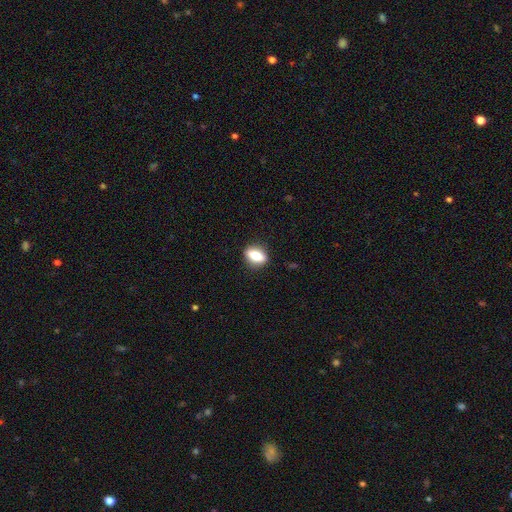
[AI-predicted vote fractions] A smooth galaxy with no disk features (68%) that is in between round and cigar-shaped (68%).

Vote fractions:
- Smooth or featured? smooth: 68% / featured or disk: 24% / star or artifact: 8%
- How rounded? in between: 68% / round: 21% / cigar-shaped: 11%
- Merging? none: 87% / minor disturbance: 10% / major disturbance: 3% / merger: 1%